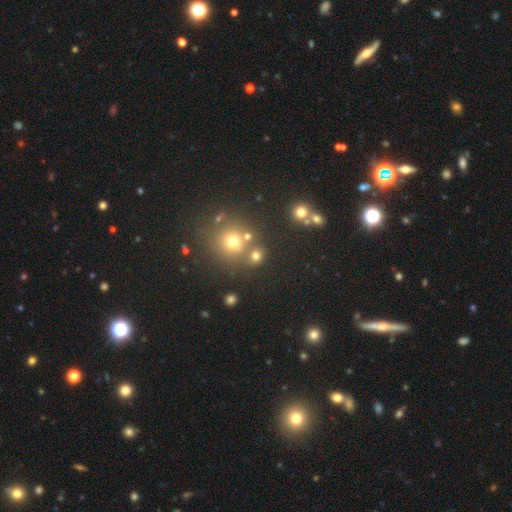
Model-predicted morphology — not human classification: A smooth galaxy with no disk features (70%) that is round (81%). Merging: none (70%).